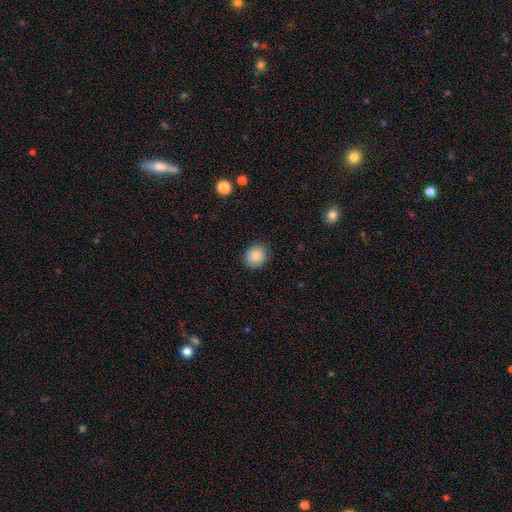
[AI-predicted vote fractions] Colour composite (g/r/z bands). It shows a smooth galaxy with no disk features (88%) that is round (70%). Merging: none (87%).